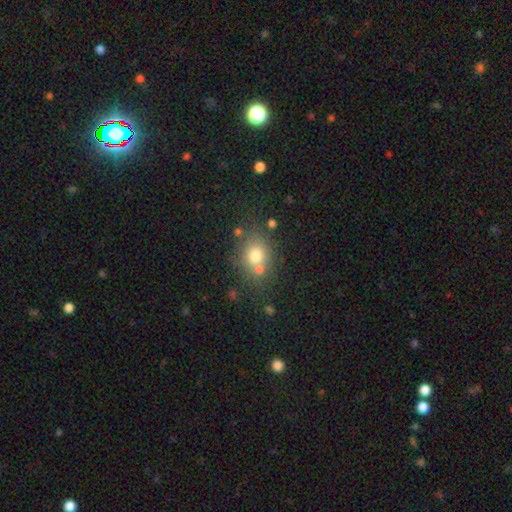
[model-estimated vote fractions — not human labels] Smooth or featured: smooth — 73% (star or artifact — 14%)
How rounded: round — 67% (in between — 32%)
Merging: none — 60% (merger — 22%)